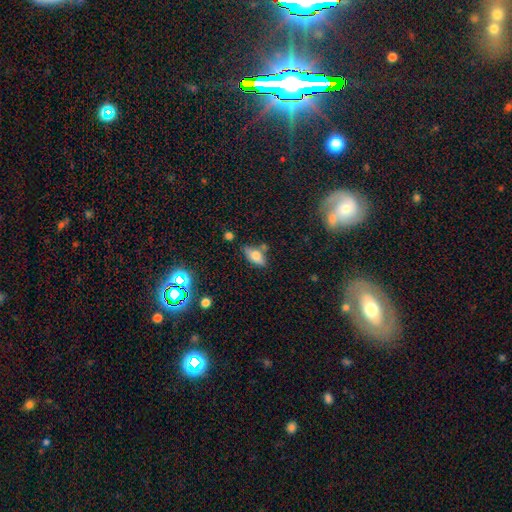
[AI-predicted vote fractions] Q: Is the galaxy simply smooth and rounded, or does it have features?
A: smooth — 71%.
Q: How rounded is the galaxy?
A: in between — 82%.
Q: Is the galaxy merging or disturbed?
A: none — 66%.